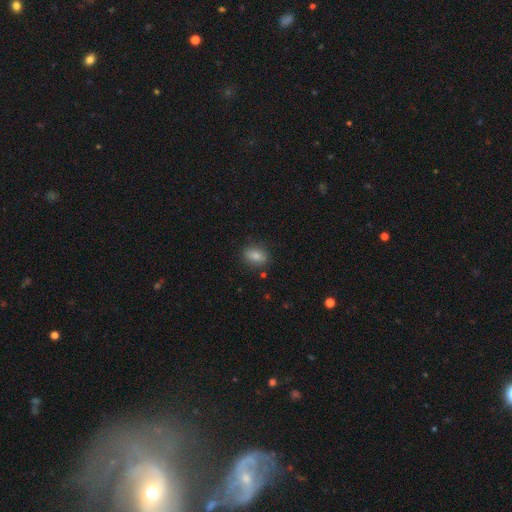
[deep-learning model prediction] Smooth or featured? smooth (81%)
How rounded? in between (71%)
Merging? none (84%)